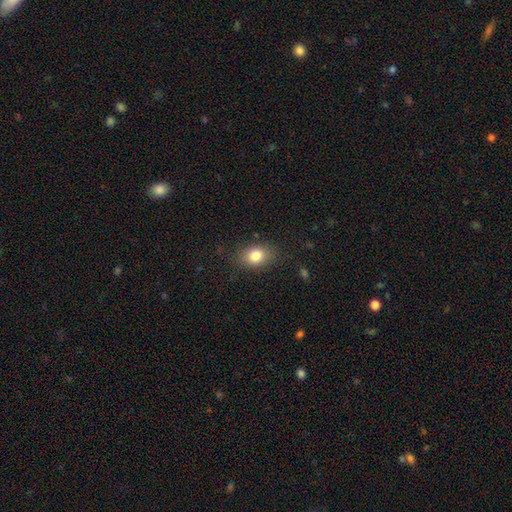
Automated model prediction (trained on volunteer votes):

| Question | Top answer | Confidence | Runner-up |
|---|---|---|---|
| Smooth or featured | smooth | 82% | star or artifact (9%) |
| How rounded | in between | 71% | round (28%) |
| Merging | none | 83% | minor disturbance (12%) |